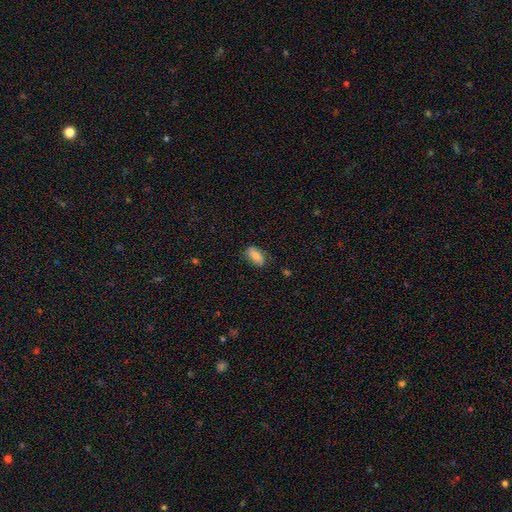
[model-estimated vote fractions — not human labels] The model was most divided on "smooth or featured": smooth: 72%, featured or disk: 20%, star or artifact: 7%. More confident: how rounded — in between (89%); merging — none (74%).